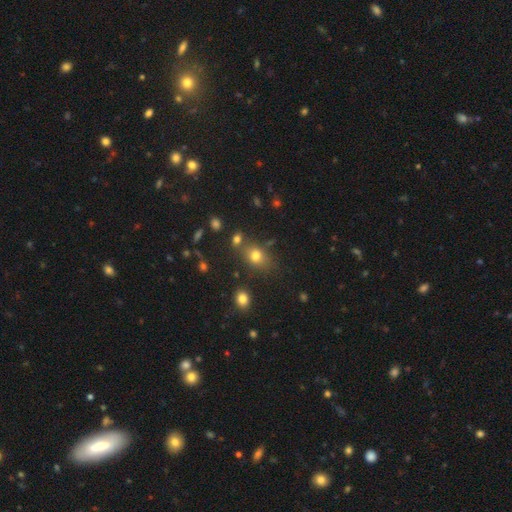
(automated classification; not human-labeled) Morphology: type=smooth (74%); roundness=in between (59%); merging=none (68%).